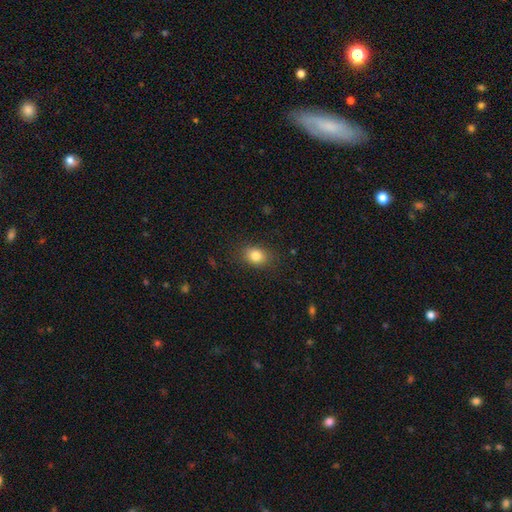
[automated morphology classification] smooth-or-featured: smooth: 82% | star or artifact: 10% | featured or disk: 7%
  how-rounded: in between: 57% | round: 42% | cigar-shaped: 1%
  merging: none: 84% | minor disturbance: 11% | major disturbance: 3% | merger: 1%